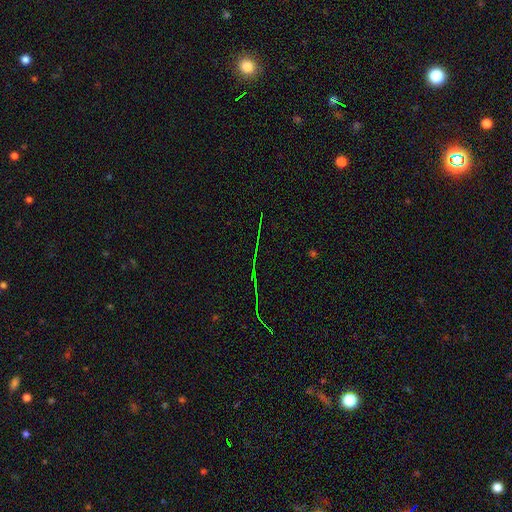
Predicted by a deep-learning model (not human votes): A star or artifact, not a galaxy (78%).